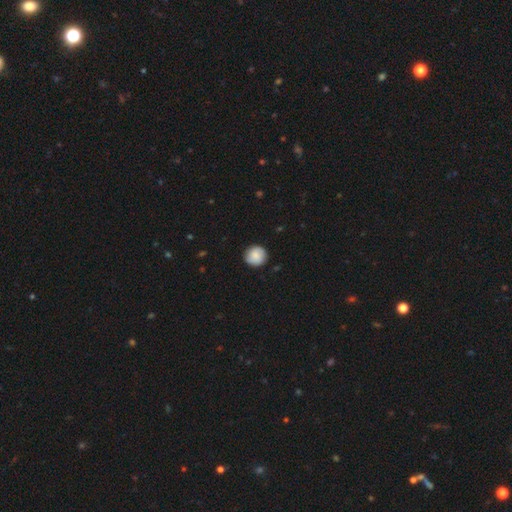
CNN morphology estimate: A smooth galaxy with no disk features (80%) that is round (92%).

Vote fractions:
- Smooth or featured? smooth: 80% / featured or disk: 13% / star or artifact: 7%
- How rounded? round: 92% / in between: 7% / cigar-shaped: 1%
- Merging? none: 88% / minor disturbance: 9% / major disturbance: 2% / merger: 1%